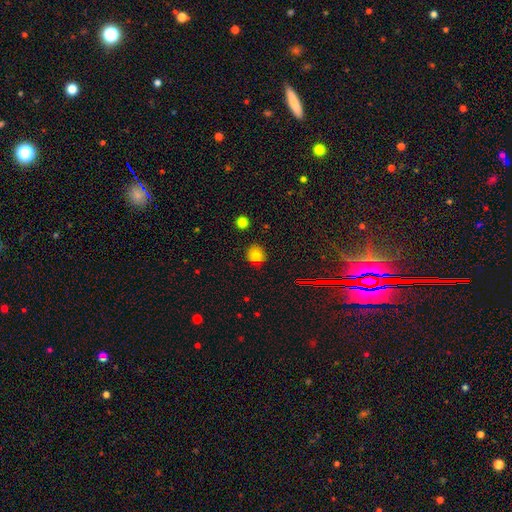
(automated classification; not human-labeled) Smooth or featured?
  - smooth: 77% *
  - star or artifact: 14%
  - featured or disk: 8%
How rounded?
  - round: 86% *
  - in between: 13%
  - cigar-shaped: 1%
Merging?
  - none: 82% *
  - minor disturbance: 14%
  - major disturbance: 3%
  - merger: 2%